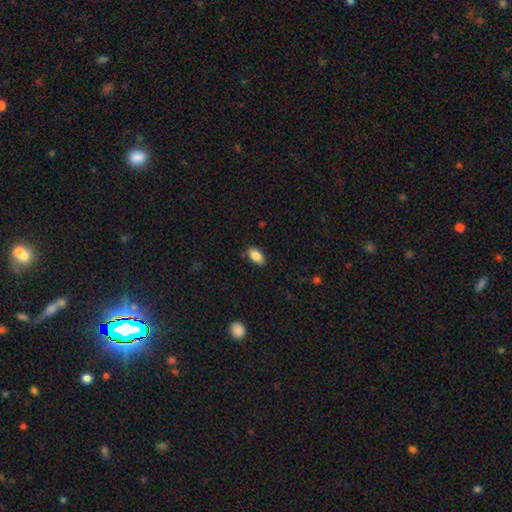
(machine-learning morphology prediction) This is clearly a smooth galaxy (88%). How rounded: clearly in between (93%). Merging: clearly none (83%).